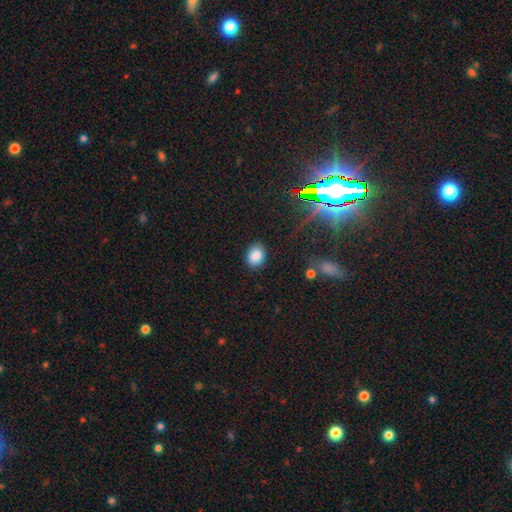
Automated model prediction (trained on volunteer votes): Smooth or featured: smooth — 84% (star or artifact — 11%)
How rounded: in between — 67% (round — 32%)
Merging: none — 87% (minor disturbance — 9%)